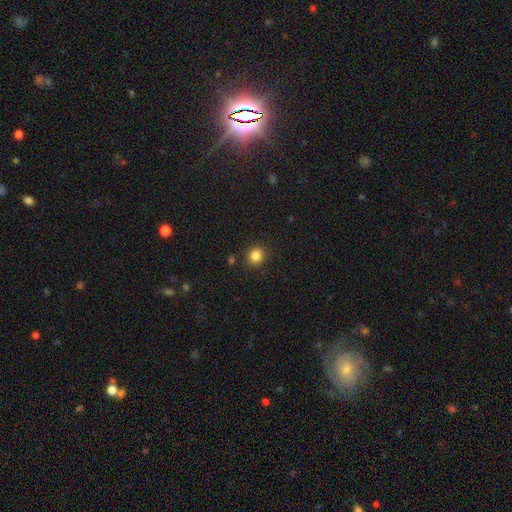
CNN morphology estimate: This appears to be a smooth galaxy with no disk features (84%) that is round (85%). Merging: none (89%).